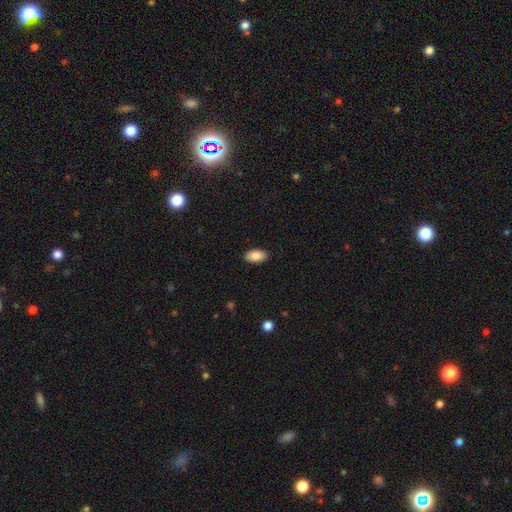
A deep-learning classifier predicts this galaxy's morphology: Smooth or featured: smooth — 88% (star or artifact — 7%)
How rounded: in between — 94% (cigar-shaped — 3%)
Merging: none — 89% (minor disturbance — 8%)